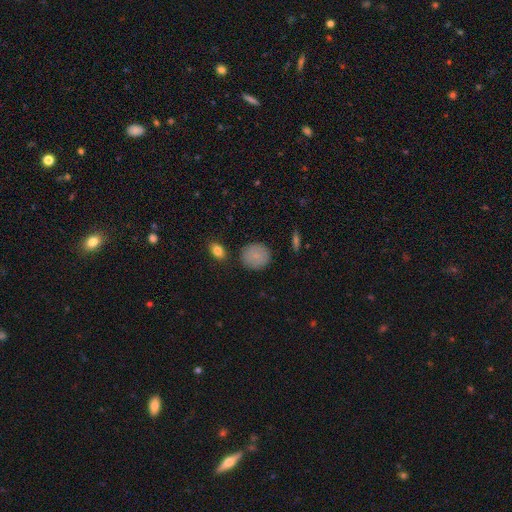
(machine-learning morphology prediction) Smooth or featured? Predicted: smooth (p=0.82). How rounded? Predicted: round (p=0.86). Merging? Predicted: none (p=0.85).